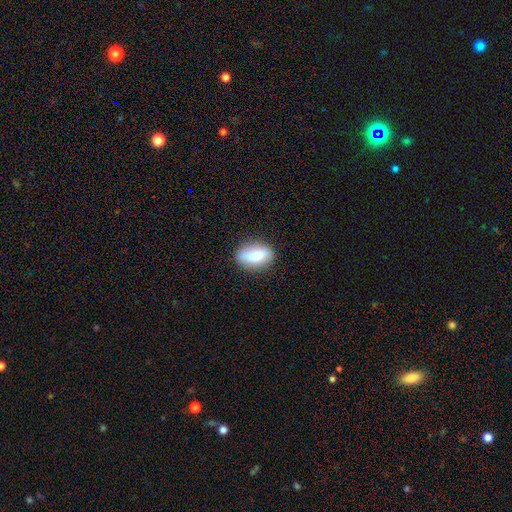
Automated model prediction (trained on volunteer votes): Smooth or featured: smooth — 74% (featured or disk — 18%)
How rounded: in between — 83% (round — 11%)
Merging: none — 84% (minor disturbance — 12%)